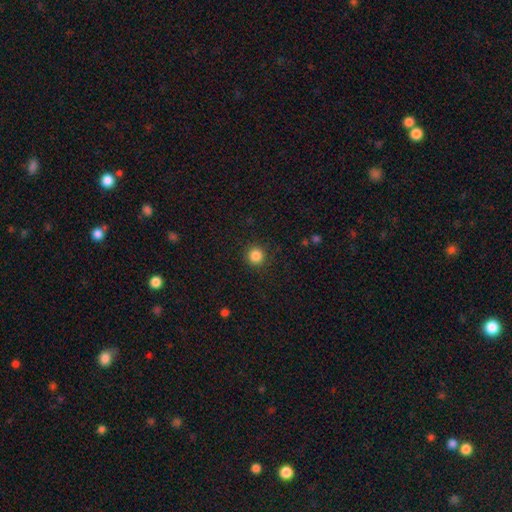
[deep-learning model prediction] Smooth or featured? Predicted: smooth (p=0.86). How rounded? Predicted: round (p=0.95). Merging? Predicted: none (p=0.91).